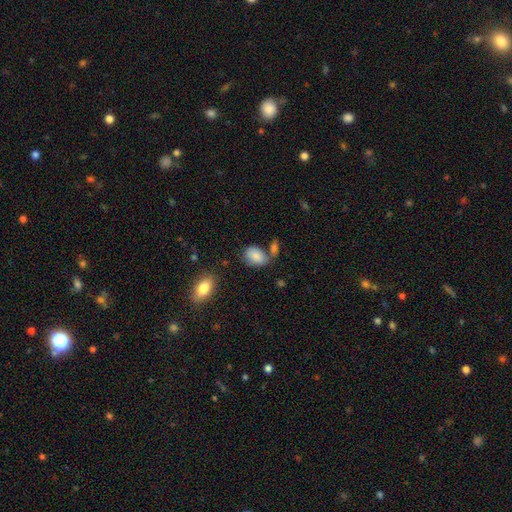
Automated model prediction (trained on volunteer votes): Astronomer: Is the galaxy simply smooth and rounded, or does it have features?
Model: smooth — 84%.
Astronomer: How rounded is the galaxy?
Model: in between — 88%.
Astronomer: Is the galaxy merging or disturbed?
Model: none — 54%.